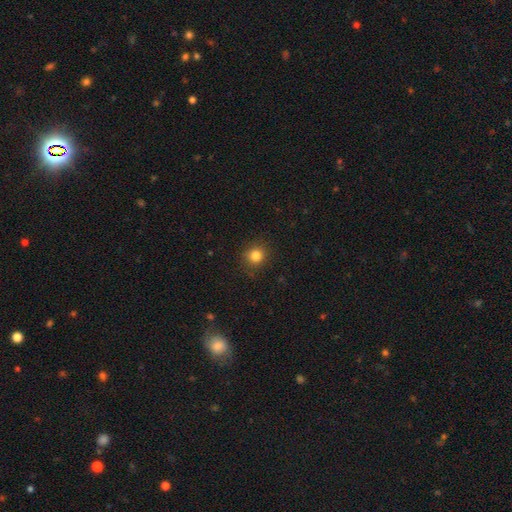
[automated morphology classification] smooth-or-featured: smooth: 83% | star or artifact: 13% | featured or disk: 5%
  how-rounded: round: 89% | in between: 10% | cigar-shaped: 1%
  merging: none: 88% | minor disturbance: 8% | major disturbance: 3% | merger: 1%